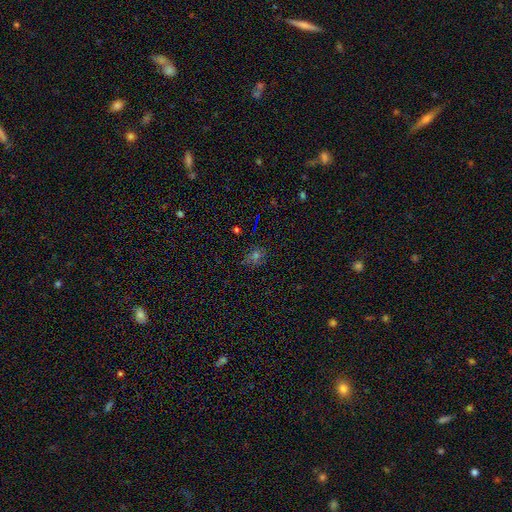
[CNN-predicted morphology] The model was most divided on "smooth or featured": smooth: 48%, star or artifact: 38%, featured or disk: 14%. More confident: merging — none (76%).